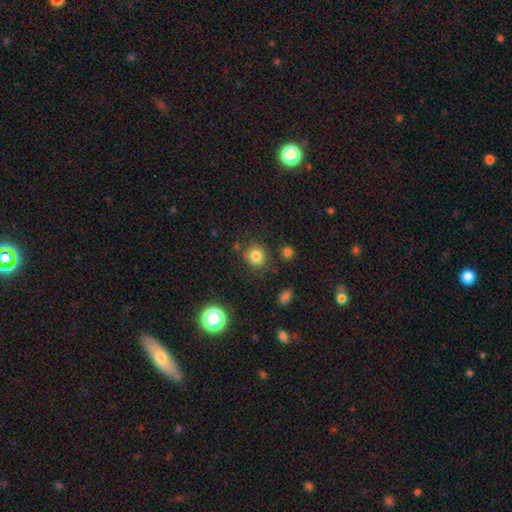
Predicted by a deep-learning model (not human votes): Smooth or featured?
  - smooth: 81% *
  - star or artifact: 13%
  - featured or disk: 6%
How rounded?
  - round: 88% *
  - in between: 11%
  - cigar-shaped: 1%
Merging?
  - none: 82% *
  - minor disturbance: 10%
  - merger: 5%
  - major disturbance: 4%